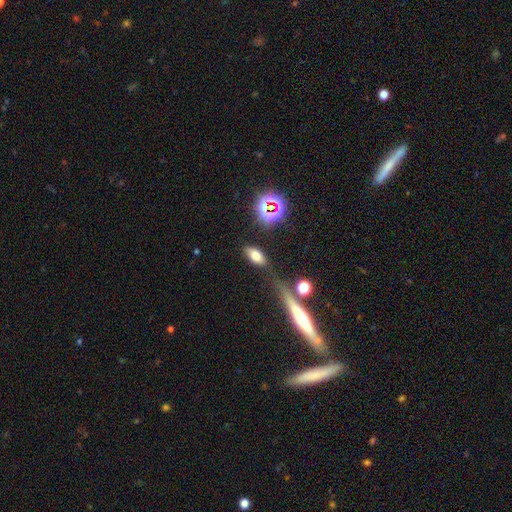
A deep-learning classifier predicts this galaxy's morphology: Q: Smooth or featured?
A: smooth (71%); runner-up: featured or disk (15%)
Q: How rounded?
A: in between (86%); runner-up: cigar-shaped (8%)
Q: Merging?
A: none (77%); runner-up: minor disturbance (13%)